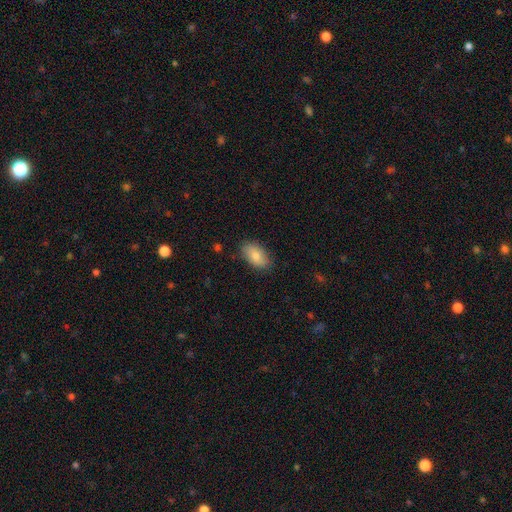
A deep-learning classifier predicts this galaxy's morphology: Smooth or featured: smooth — 79% (featured or disk — 14%)
How rounded: in between — 93% (round — 5%)
Merging: none — 83% (minor disturbance — 14%)